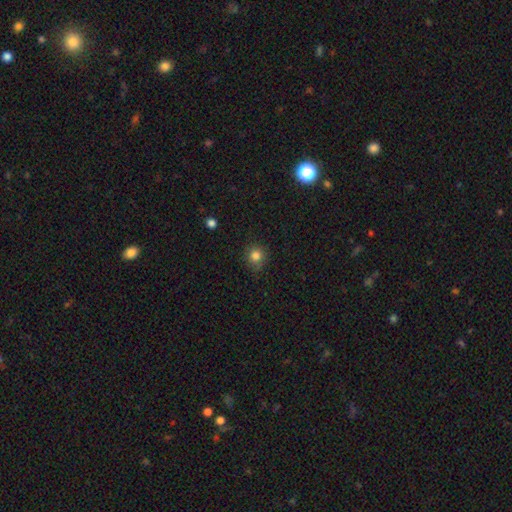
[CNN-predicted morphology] Smooth or featured: smooth — 83% (star or artifact — 12%)
How rounded: round — 89% (in between — 10%)
Merging: none — 83% (minor disturbance — 12%)